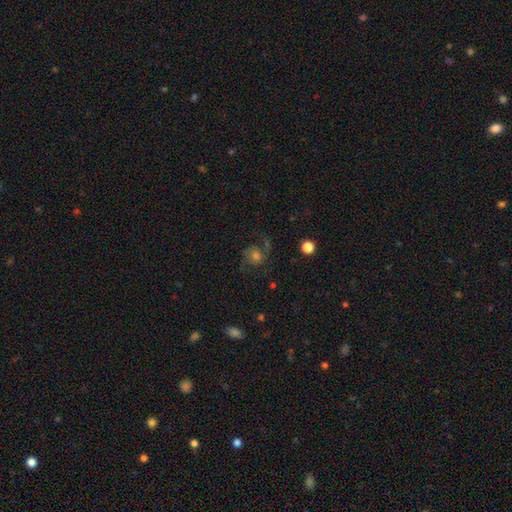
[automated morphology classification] Smooth or featured: featured or disk — 67% (smooth — 20%)
Edge-on disk: no — 98% (yes — 2%)
Bar: no — 71% (weak — 24%)
Spiral arms: yes — 93% (no — 7%)
Spiral winding: medium — 49% (loose — 34%)
Spiral arm count: 2 — 80% (1 — 10%)
Bulge size: moderate — 54% (small — 27%)
Merging: none — 65% (major disturbance — 15%)